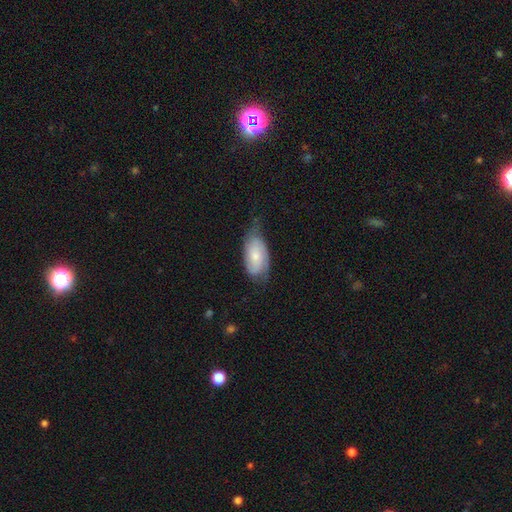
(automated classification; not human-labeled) featured or disk 47% (tied), smooth 47% (tied), star or artifact 6%. Down the decision tree: merging — none (50%).